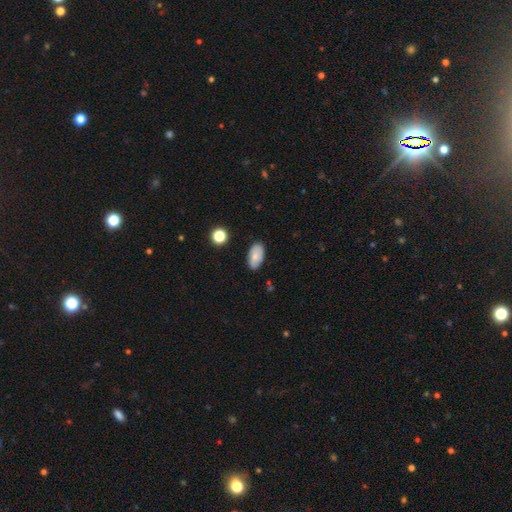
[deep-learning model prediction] Smooth or featured? Predicted: smooth (p=0.73). How rounded? Predicted: in between (p=0.93). Merging? Predicted: none (p=0.83).